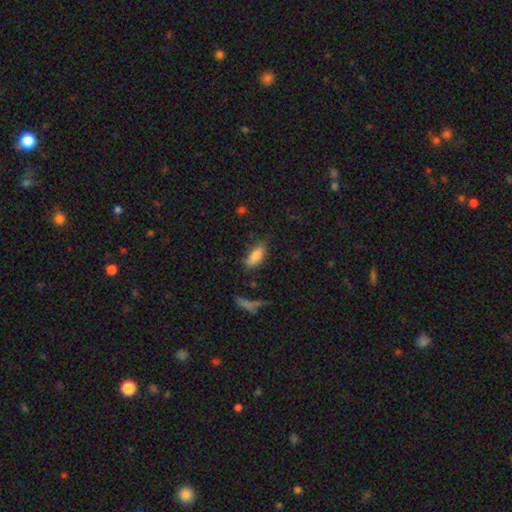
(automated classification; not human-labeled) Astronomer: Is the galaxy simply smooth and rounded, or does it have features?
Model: smooth — 78%.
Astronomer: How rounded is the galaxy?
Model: in between — 80%.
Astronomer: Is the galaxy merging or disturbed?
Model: none — 63%.